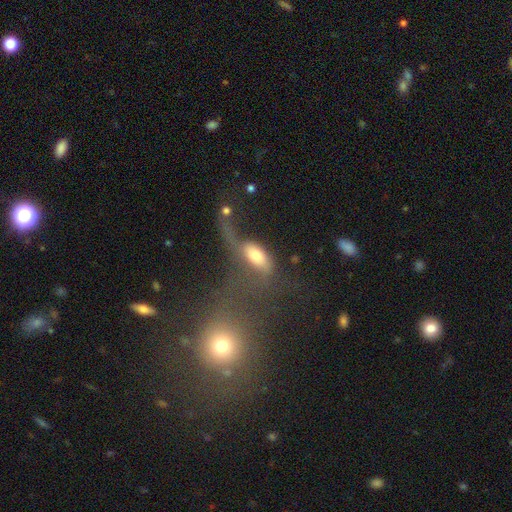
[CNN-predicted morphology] A smooth galaxy with no disk features (59%) that is in between round and cigar-shaped (82%).

Vote fractions:
- Smooth or featured? smooth: 59% / featured or disk: 31% / star or artifact: 10%
- How rounded? in between: 82% / cigar-shaped: 12% / round: 7%
- Merging? major disturbance: 44% / merger: 24% / none: 19% / minor disturbance: 13%